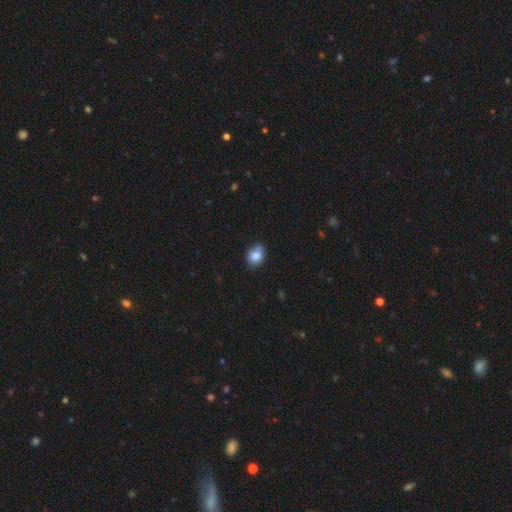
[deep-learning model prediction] Smooth or featured: smooth — 80% (featured or disk — 10%)
How rounded: in between — 56% (round — 43%)
Merging: none — 60% (minor disturbance — 30%)